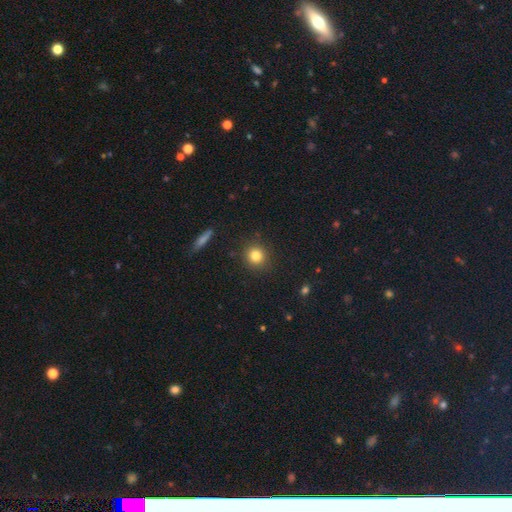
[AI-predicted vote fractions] Q: Smooth or featured?
A: smooth (82%); runner-up: star or artifact (11%)
Q: How rounded?
A: round (91%); runner-up: in between (8%)
Q: Merging?
A: none (89%); runner-up: minor disturbance (7%)